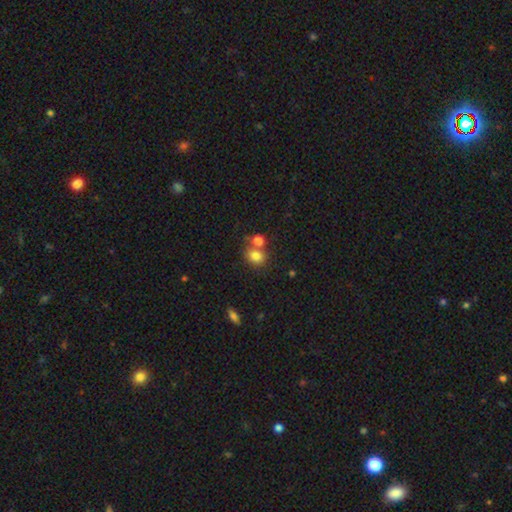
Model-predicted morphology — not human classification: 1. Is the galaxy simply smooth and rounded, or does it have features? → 80% smooth, 12% star or artifact, 8% featured or disk.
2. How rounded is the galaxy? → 61% round, 38% in between, 1% cigar-shaped.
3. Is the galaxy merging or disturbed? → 49% none, 36% merger, 10% minor disturbance, 4% major disturbance.